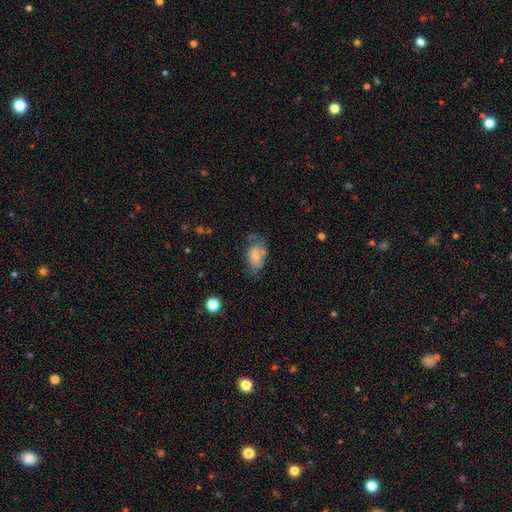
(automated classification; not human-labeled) The model was most divided on "merging": none: 47%, minor disturbance: 30%, major disturbance: 15%, merger: 9%. More confident: how rounded — in between (88%); smooth or featured — smooth (72%).